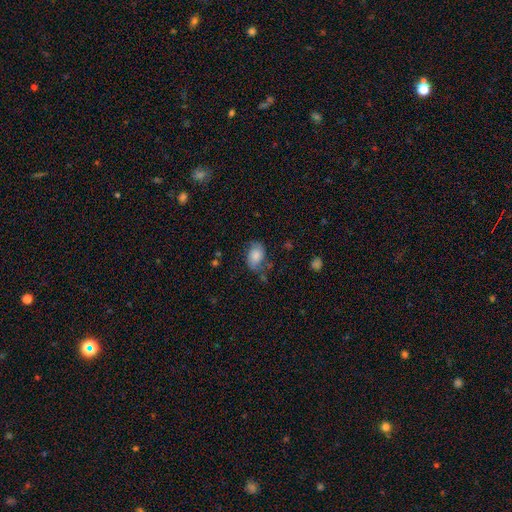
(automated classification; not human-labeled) This is likely a smooth galaxy (66%). How rounded: likely in between (79%). Merging: possibly none (55%).